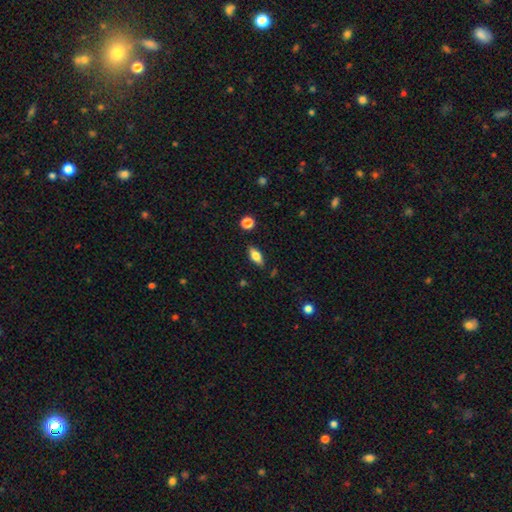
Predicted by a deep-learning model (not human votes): smooth_or_featured: smooth (p=0.72) [alt: featured or disk p=0.20]
how_rounded: in between (p=0.83) [alt: cigar-shaped p=0.14]
merging: none (p=0.84) [alt: minor disturbance p=0.11]